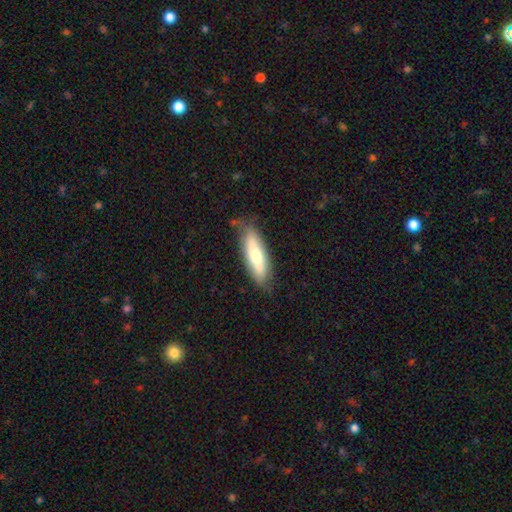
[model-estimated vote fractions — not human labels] Smooth or featured? Predicted: smooth (p=0.55). How rounded? Predicted: cigar-shaped (p=0.56). Merging? Predicted: none (p=0.75).